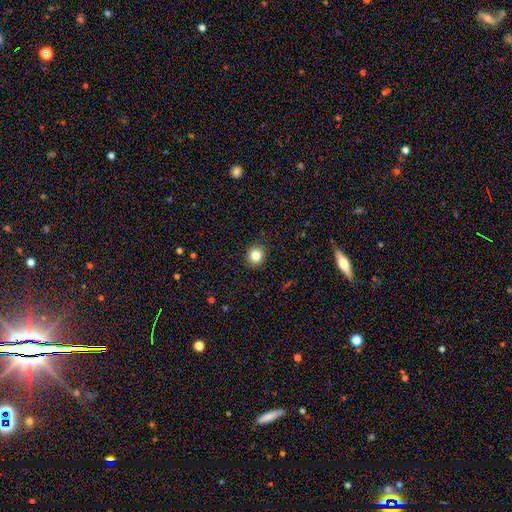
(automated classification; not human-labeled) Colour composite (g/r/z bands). It shows a smooth galaxy with no disk features (84%) that is round (83%). Merging: none (91%).